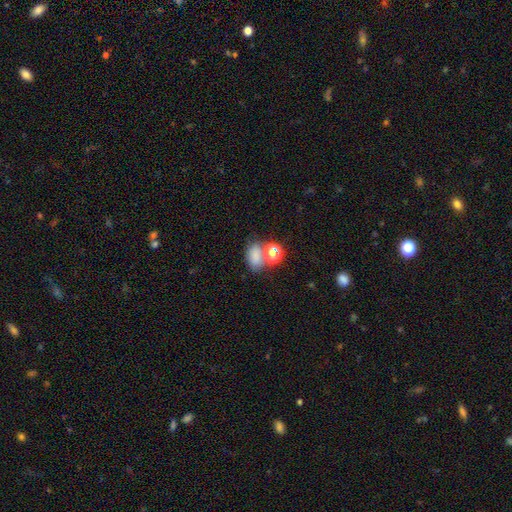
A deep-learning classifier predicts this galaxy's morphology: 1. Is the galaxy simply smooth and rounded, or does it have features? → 74% smooth, 18% star or artifact, 8% featured or disk.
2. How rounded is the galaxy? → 73% in between, 25% round, 2% cigar-shaped.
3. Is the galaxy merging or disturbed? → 51% none, 28% merger, 13% minor disturbance, 7% major disturbance.